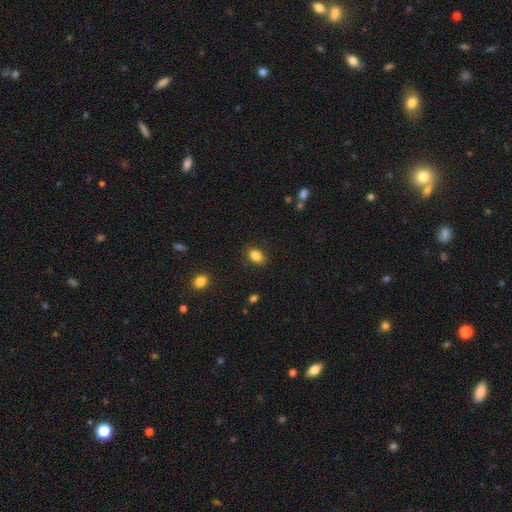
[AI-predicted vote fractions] This is clearly a smooth galaxy (85%). How rounded: clearly in between (82%). Merging: clearly none (86%).